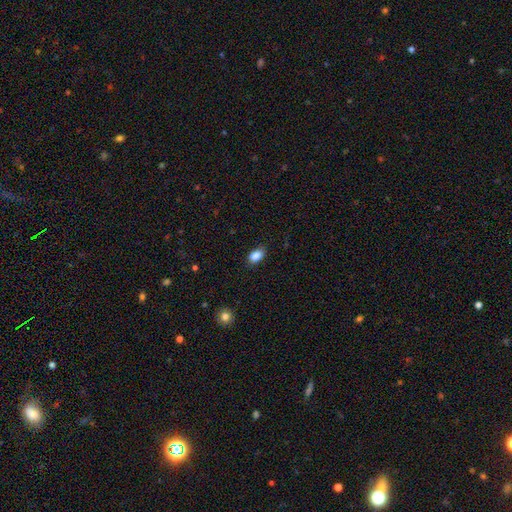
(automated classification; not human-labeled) This appears to be a smooth galaxy with no disk features (86%) that is in between round and cigar-shaped (87%). Merging: none (84%).